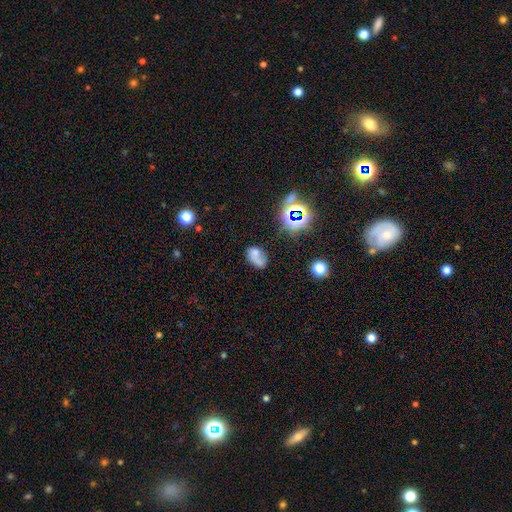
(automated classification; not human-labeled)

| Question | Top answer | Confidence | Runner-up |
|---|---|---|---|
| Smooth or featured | smooth | 57% | featured or disk (24%) |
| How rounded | in between | 82% | round (16%) |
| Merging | none | 41% | minor disturbance (25%) |